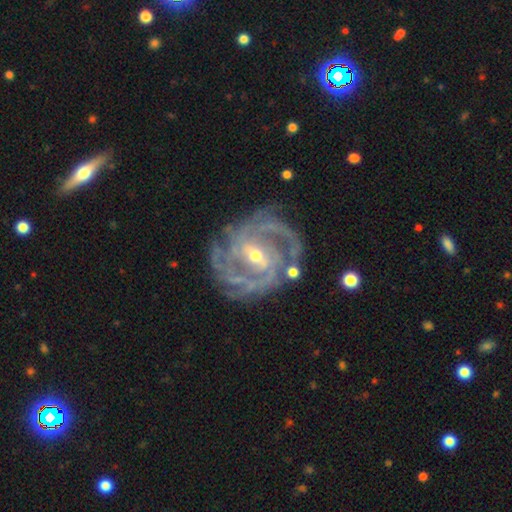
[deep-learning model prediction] smooth_or_featured: featured or disk (p=0.92) [alt: star or artifact p=0.05]
disk_edge_on: no (p=0.98) [alt: yes p=0.02]
bar: weak (p=0.47) [alt: strong p=0.30]
has_spiral_arms: yes (p=0.98) [alt: no p=0.02]
spiral_winding: tight (p=0.58) [alt: medium p=0.36]
spiral_arm_count: 3 (p=0.27) [alt: 4 p=0.22]
bulge_size: small (p=0.57) [alt: moderate p=0.40]
merging: none (p=0.73) [alt: minor disturbance p=0.17]